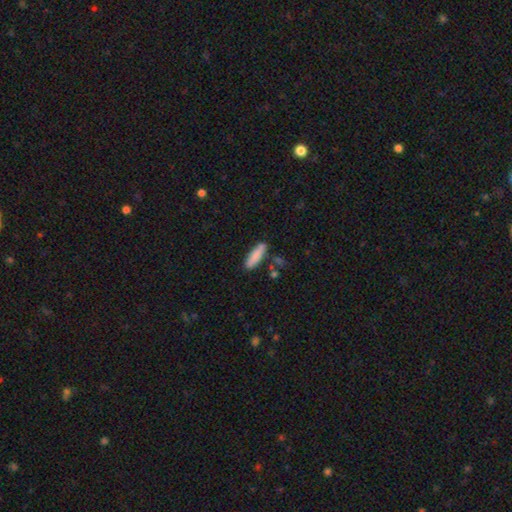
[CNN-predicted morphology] A smooth galaxy with no disk features (84%) that is cigar-shaped (60%).

Vote fractions:
- Smooth or featured? smooth: 84% / featured or disk: 10% / star or artifact: 6%
- How rounded? cigar-shaped: 60% / in between: 39% / round: 2%
- Merging? none: 80% / minor disturbance: 13% / merger: 5% / major disturbance: 3%